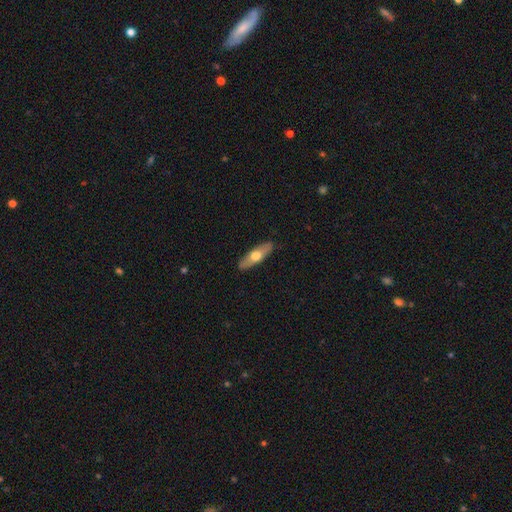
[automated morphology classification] The model was most divided on "how rounded": cigar-shaped: 52%, in between: 45%, round: 3%. More confident: merging — none (89%); smooth or featured — smooth (55%).